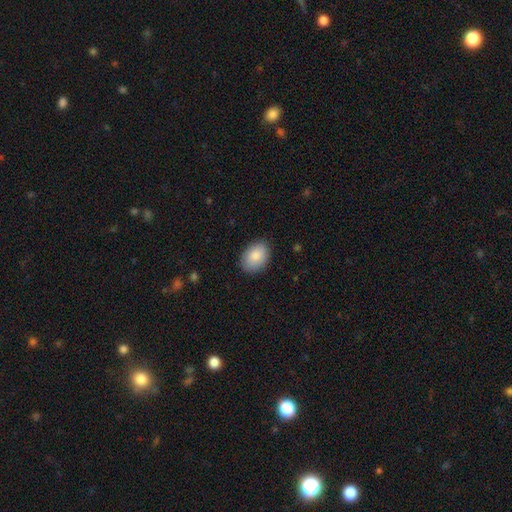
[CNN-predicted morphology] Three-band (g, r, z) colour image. It shows a smooth galaxy with no disk features (86%) that is in between round and cigar-shaped (79%). Merging: none (86%).